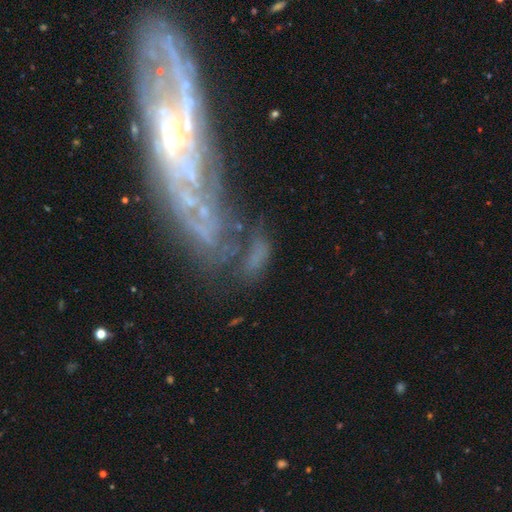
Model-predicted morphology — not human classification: This is possibly a featured or disk galaxy (60%). It is clearly not viewed edge-on (85%). Bar: likely no (65%). Spiral arm pattern: possibly yes (54%). Central bulge: marginally small (41%). Merging: marginally none (43%).